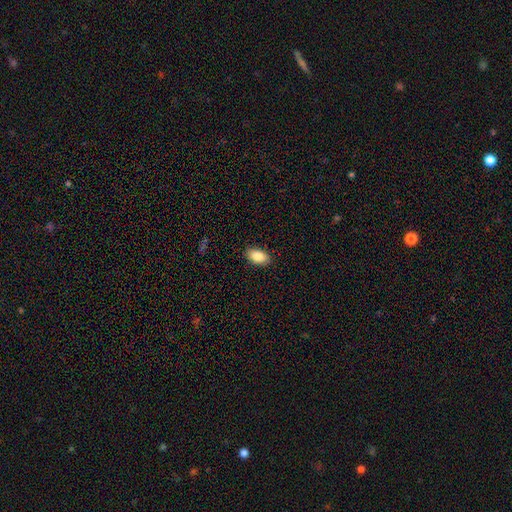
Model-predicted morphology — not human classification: This is clearly a smooth galaxy (87%). How rounded: clearly in between (93%). Merging: clearly none (87%).